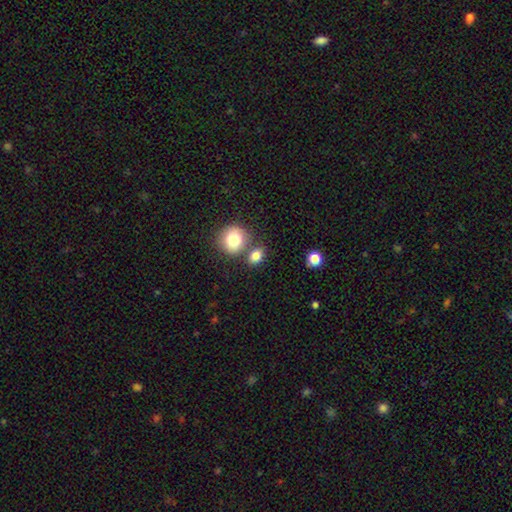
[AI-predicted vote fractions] smooth-or-featured: smooth: 82% | star or artifact: 10% | featured or disk: 8%
  how-rounded: in between: 51% | round: 48% | cigar-shaped: 2%
  merging: none: 61% | merger: 23% | minor disturbance: 12% | major disturbance: 4%